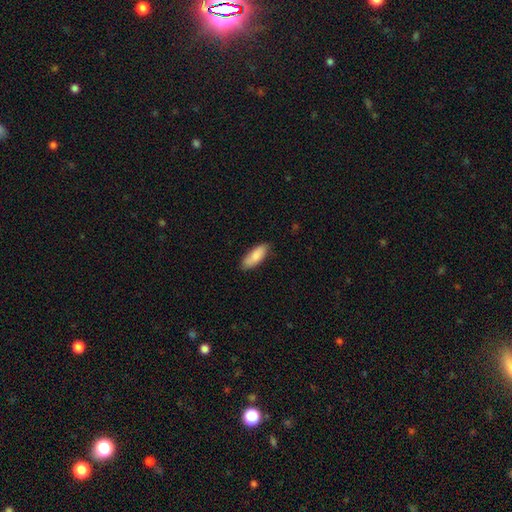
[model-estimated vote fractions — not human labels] A smooth galaxy with no disk features (85%) that is in between round and cigar-shaped (72%). Merging: none (80%).